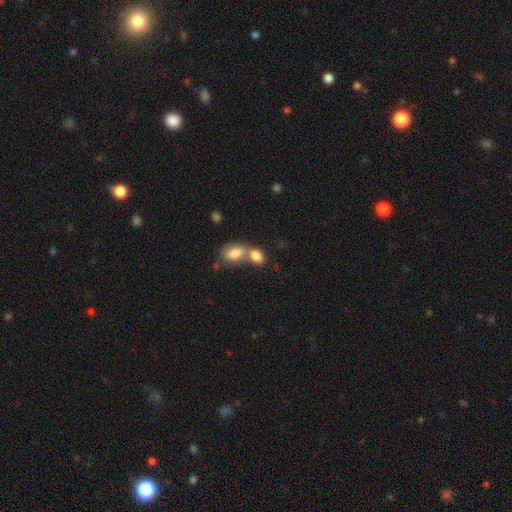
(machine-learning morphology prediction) smooth_or_featured: smooth (p=0.83) [alt: featured or disk p=0.10]
how_rounded: in between (p=0.83) [alt: round p=0.14]
merging: merger (p=0.65) [alt: none p=0.25]